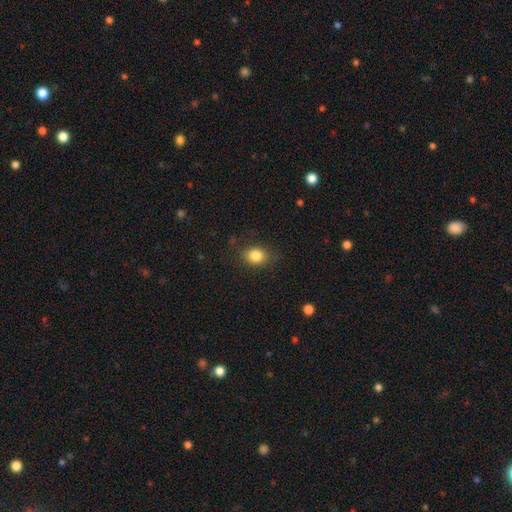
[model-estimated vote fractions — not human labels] Smooth or featured: smooth — 83% (star or artifact — 10%)
How rounded: in between — 54% (round — 45%)
Merging: none — 81% (minor disturbance — 13%)